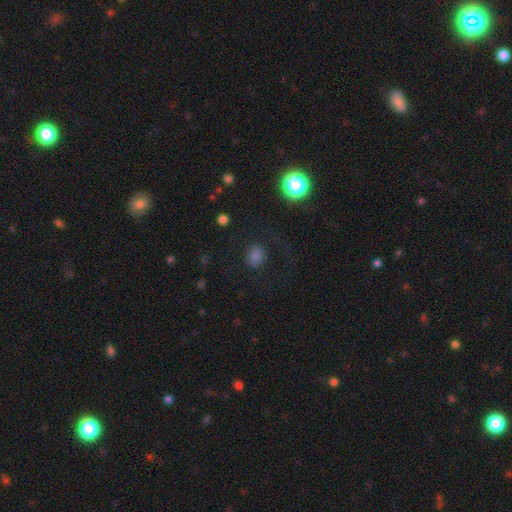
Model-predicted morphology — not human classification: smooth-or-featured: smooth: 71% | star or artifact: 23% | featured or disk: 6%
  how-rounded: round: 67% | in between: 32% | cigar-shaped: 1%
  merging: none: 79% | minor disturbance: 12% | major disturbance: 7% | merger: 2%